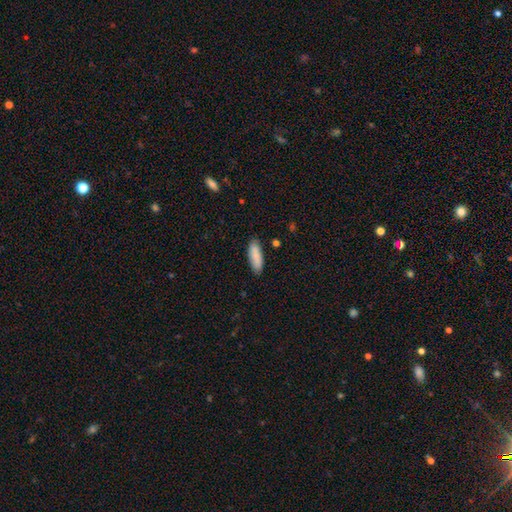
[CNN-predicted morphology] Smooth or featured? Predicted: smooth (p=0.87). How rounded? Predicted: in between (p=0.63). Merging? Predicted: none (p=0.85).